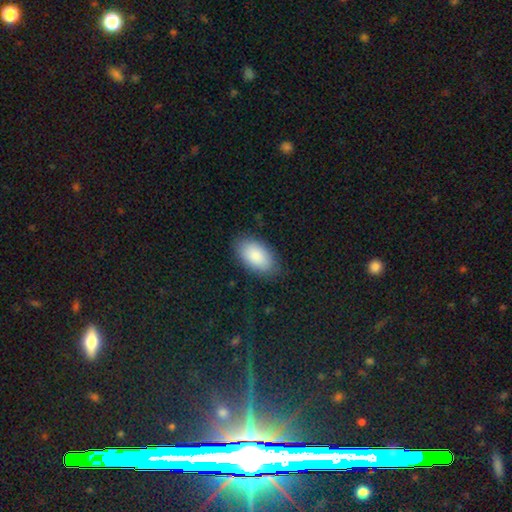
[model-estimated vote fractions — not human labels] The model was most divided on "merging": none: 82%, minor disturbance: 13%, major disturbance: 4%, merger: 1%. More confident: how rounded — in between (95%); smooth or featured — smooth (87%).